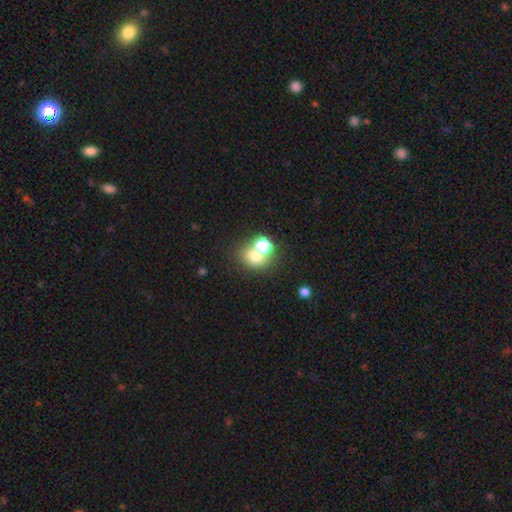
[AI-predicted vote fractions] The model was most divided on "merging": merger: 47%, none: 41%, minor disturbance: 8%, major disturbance: 5%. More confident: smooth or featured — smooth (69%); how rounded — round (57%).